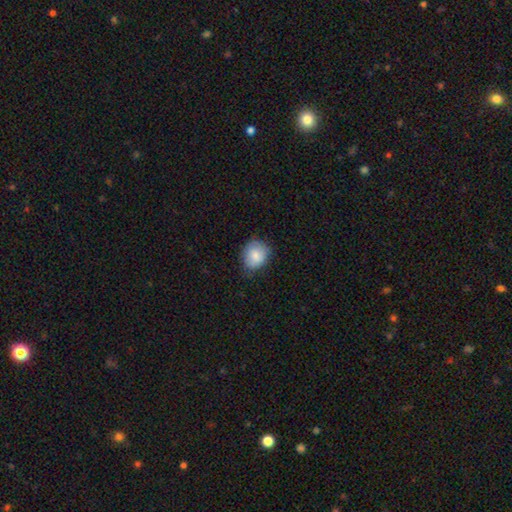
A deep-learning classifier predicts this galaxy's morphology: Smooth or featured: smooth — 81% (featured or disk — 12%)
How rounded: round — 66% (in between — 33%)
Merging: none — 69% (minor disturbance — 25%)